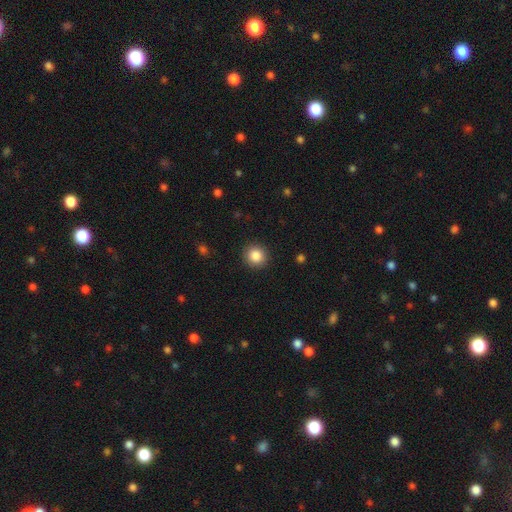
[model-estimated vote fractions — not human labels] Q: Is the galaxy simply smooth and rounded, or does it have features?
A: smooth — 86%.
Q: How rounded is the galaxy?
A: round — 92%.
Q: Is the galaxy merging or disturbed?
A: none — 92%.